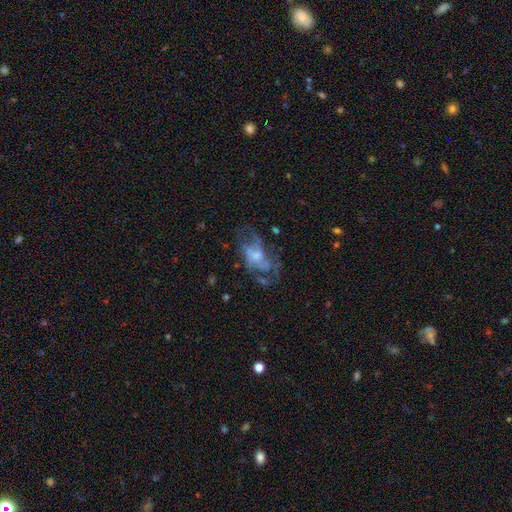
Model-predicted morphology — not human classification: Smooth or featured? featured or disk (66%)
Edge-on disk? no (95%)
Bar? no (66%)
Spiral arms? yes (56%)
Bulge size? small (40%)
Merging? none (43%)